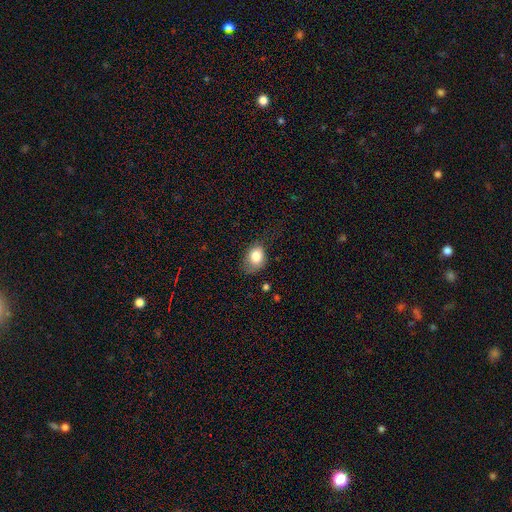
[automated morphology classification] type=smooth (82%); roundness=in between (66%); merging=none (52%).